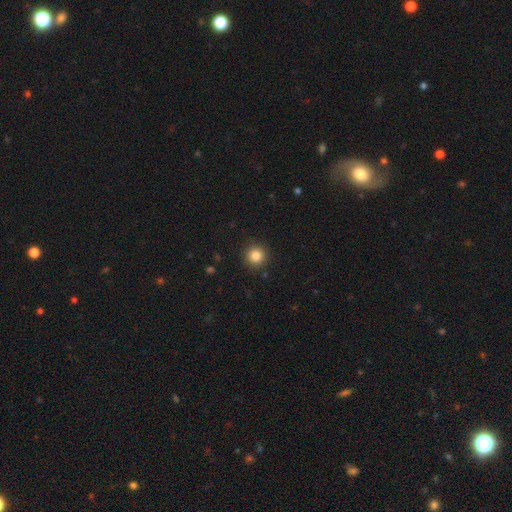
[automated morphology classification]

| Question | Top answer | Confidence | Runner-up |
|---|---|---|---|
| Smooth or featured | smooth | 84% | star or artifact (11%) |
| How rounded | round | 95% | in between (4%) |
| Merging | none | 91% | minor disturbance (6%) |